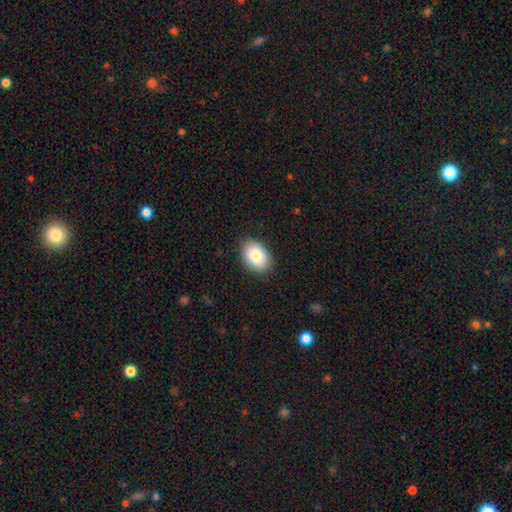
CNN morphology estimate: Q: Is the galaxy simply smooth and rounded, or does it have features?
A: smooth — 85%.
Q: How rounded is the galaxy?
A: in between — 83%.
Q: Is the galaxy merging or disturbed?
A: none — 87%.